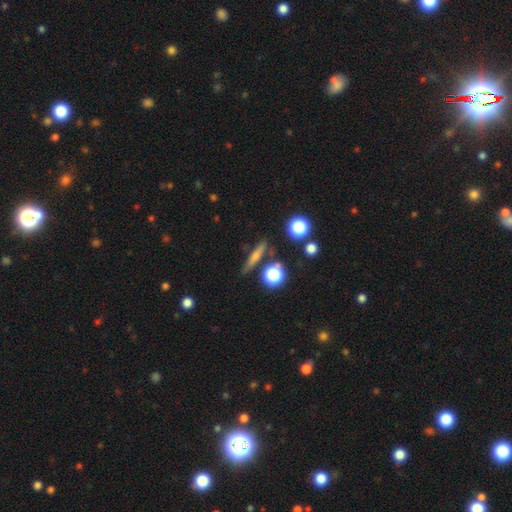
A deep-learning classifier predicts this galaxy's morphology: Overall: smooth (49%; featured or disk 35%). Merging: none (80%).